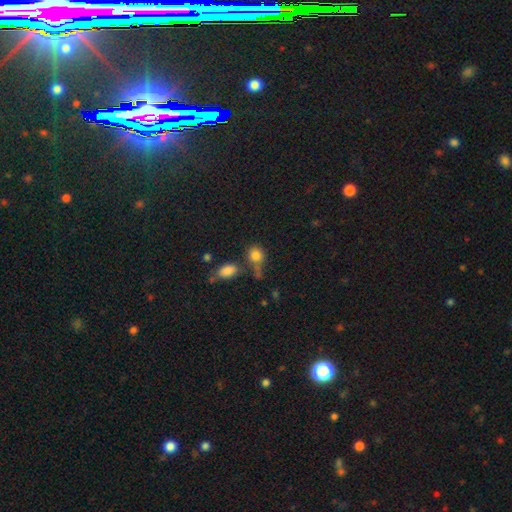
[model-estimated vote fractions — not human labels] smooth_or_featured: smooth (p=0.82) [alt: star or artifact p=0.11]
how_rounded: round (p=0.69) [alt: in between p=0.29]
merging: none (p=0.50) [alt: merger p=0.26]